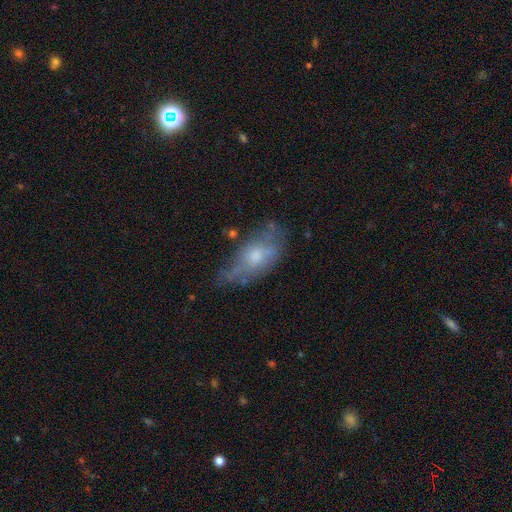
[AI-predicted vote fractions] Smooth or featured: smooth — 47% (featured or disk — 44%)
Merging: none — 41% (minor disturbance — 35%)